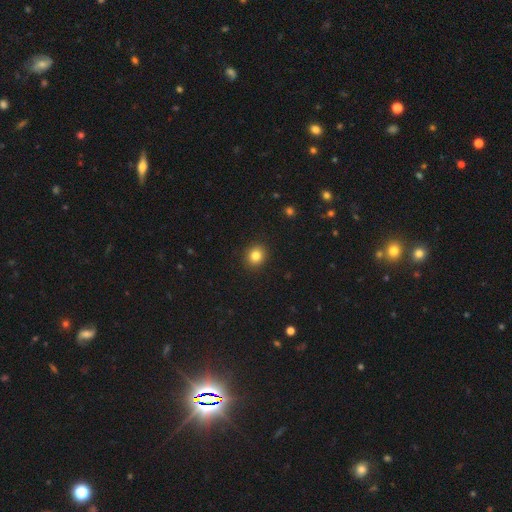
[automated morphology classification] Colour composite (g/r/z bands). It shows a smooth galaxy with no disk features (83%) that is round (77%). Merging: none (92%).